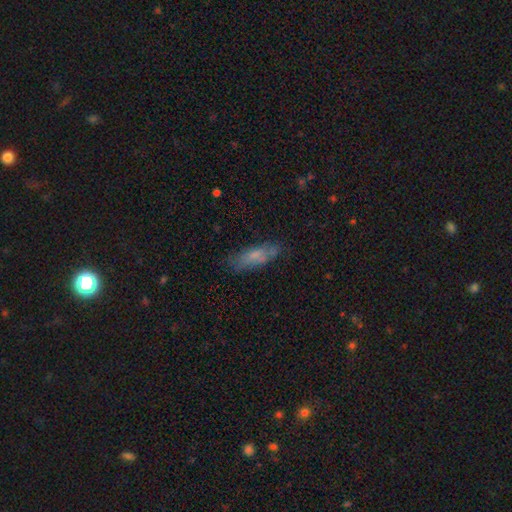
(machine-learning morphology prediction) A smooth galaxy with no disk features (66%) that is in between round and cigar-shaped (50%).

Vote fractions:
- Smooth or featured? smooth: 66% / featured or disk: 26% / star or artifact: 8%
- How rounded? in between: 50% / cigar-shaped: 48% / round: 2%
- Merging? none: 71% / minor disturbance: 20% / major disturbance: 6% / merger: 4%